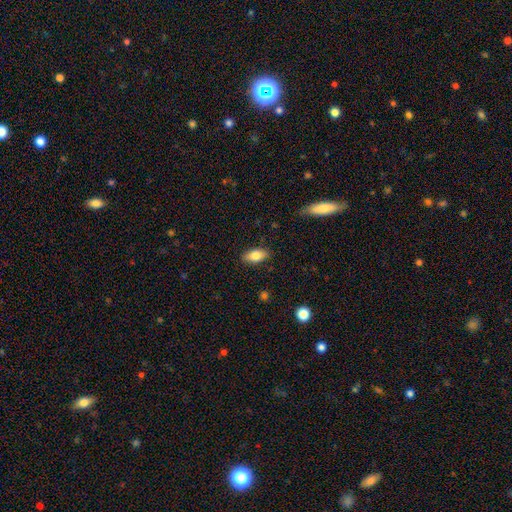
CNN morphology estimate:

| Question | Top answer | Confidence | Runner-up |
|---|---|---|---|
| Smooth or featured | smooth | 78% | featured or disk (14%) |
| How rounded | in between | 87% | cigar-shaped (9%) |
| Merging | none | 86% | minor disturbance (10%) |